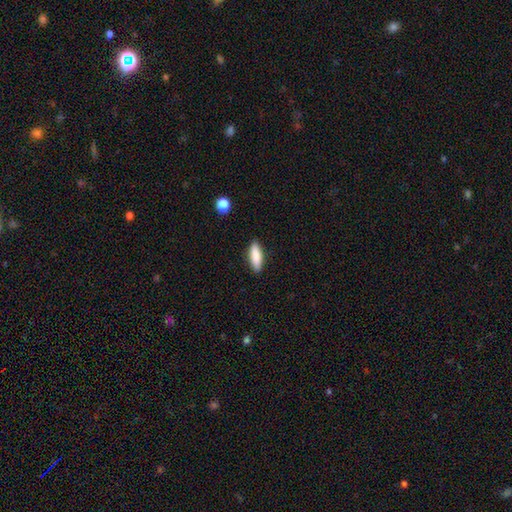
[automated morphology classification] This is clearly a smooth galaxy (85%). How rounded: possibly in between (54%). Merging: clearly none (88%).